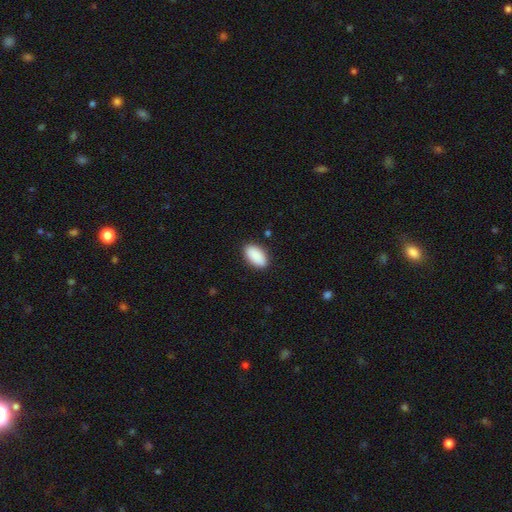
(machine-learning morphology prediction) type=smooth (91%); roundness=in between (95%); merging=none (89%).